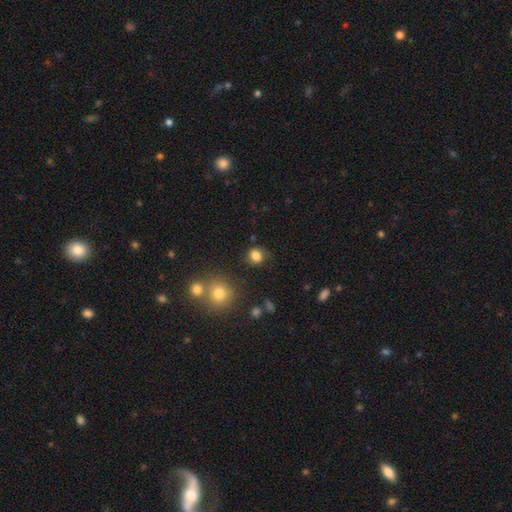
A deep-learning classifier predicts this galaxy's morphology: smooth_or_featured: smooth (p=0.82) [alt: star or artifact p=0.12]
how_rounded: round (p=0.70) [alt: in between p=0.29]
merging: none (p=0.73) [alt: minor disturbance p=0.17]